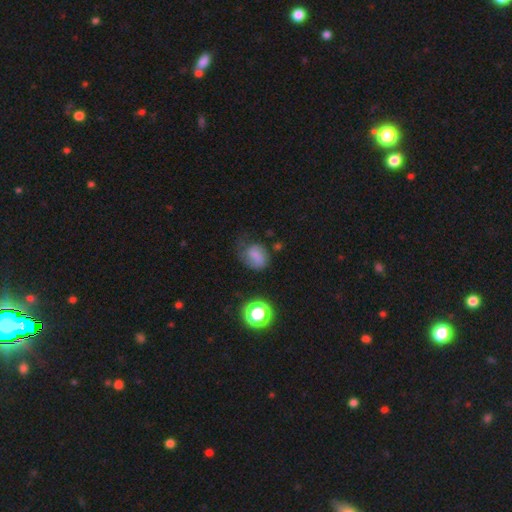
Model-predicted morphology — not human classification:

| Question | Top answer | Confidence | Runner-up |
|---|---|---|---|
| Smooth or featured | smooth | 61% | featured or disk (25%) |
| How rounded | round | 50% | in between (48%) |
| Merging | none | 44% | minor disturbance (30%) |